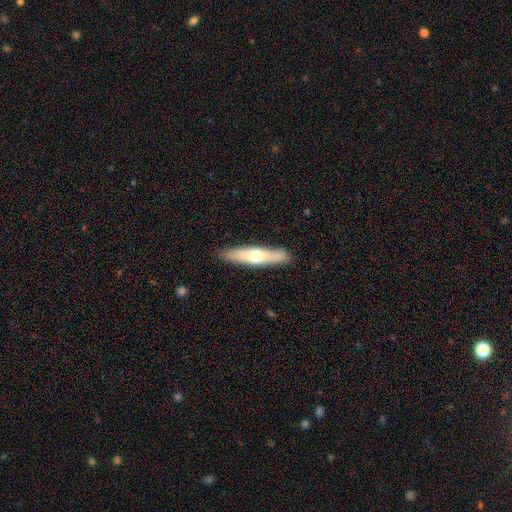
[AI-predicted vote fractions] Overall: smooth (48%; featured or disk 46%). Merging: none (87%).